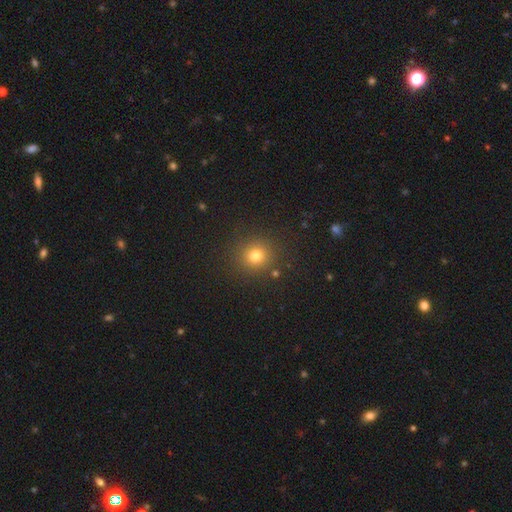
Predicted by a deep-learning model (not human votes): Morphology: type=smooth (77%); roundness=round (89%); merging=none (87%).